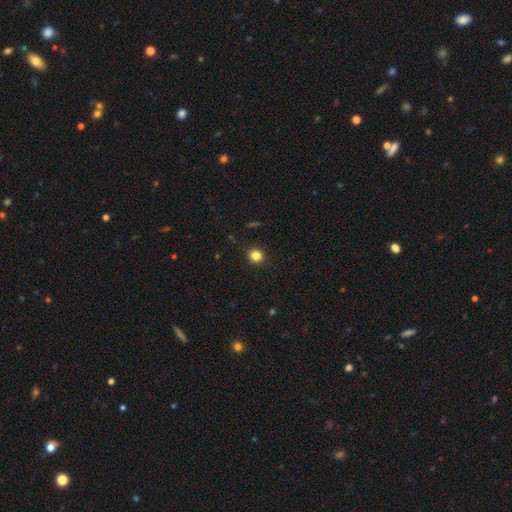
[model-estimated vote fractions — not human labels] Smooth or featured?
  - smooth: 83% *
  - star or artifact: 12%
  - featured or disk: 5%
How rounded?
  - round: 91% *
  - in between: 8%
  - cigar-shaped: 1%
Merging?
  - none: 93% *
  - minor disturbance: 5%
  - major disturbance: 2%
  - merger: 1%